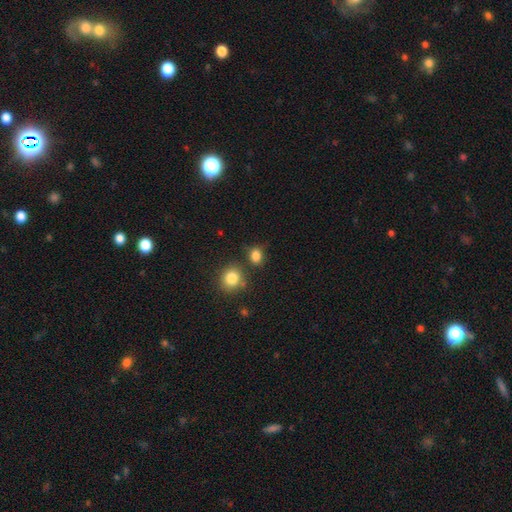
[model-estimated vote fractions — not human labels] smooth_or_featured: smooth (p=0.84) [alt: star or artifact p=0.12]
how_rounded: round (p=0.50) [alt: in between p=0.48]
merging: none (p=0.73) [alt: minor disturbance p=0.14]